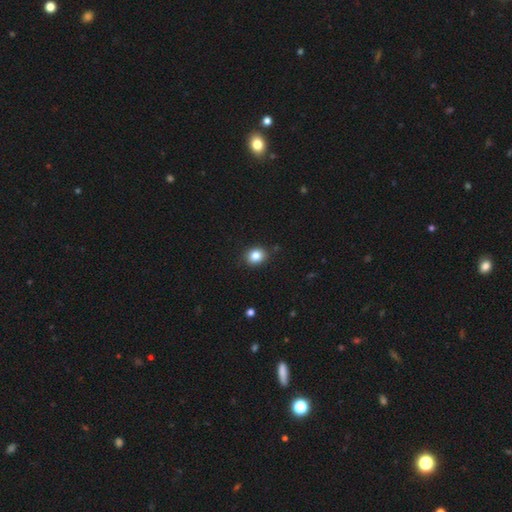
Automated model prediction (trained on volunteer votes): A smooth galaxy with no disk features (84%) that is round (63%).

Vote fractions:
- Smooth or featured? smooth: 84% / star or artifact: 10% / featured or disk: 6%
- How rounded? round: 63% / in between: 36% / cigar-shaped: 1%
- Merging? none: 86% / minor disturbance: 10% / major disturbance: 2% / merger: 1%